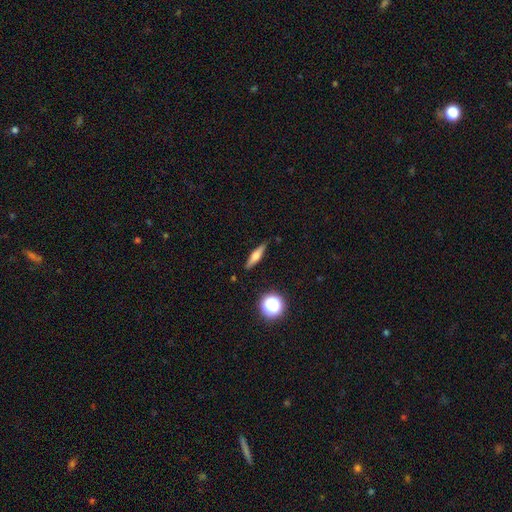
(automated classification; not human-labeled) The model was most divided on "smooth or featured": smooth: 46%, featured or disk: 45%, star or artifact: 9%. More confident: merging — none (87%).